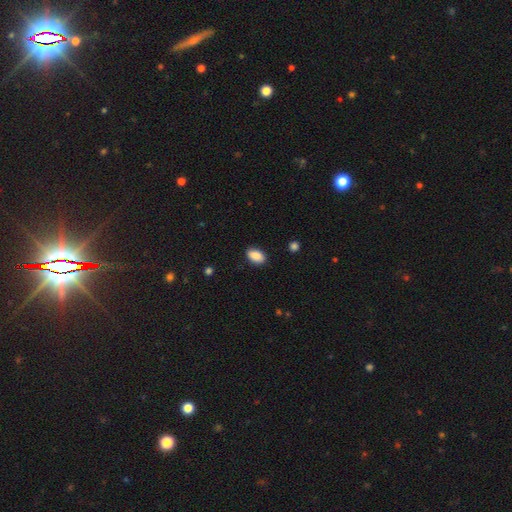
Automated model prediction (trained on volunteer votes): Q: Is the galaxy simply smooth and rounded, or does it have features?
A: smooth — 89%.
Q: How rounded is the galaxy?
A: in between — 91%.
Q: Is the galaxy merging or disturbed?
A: none — 86%.